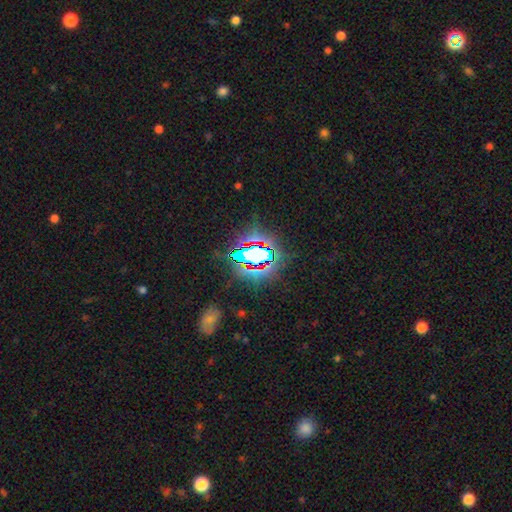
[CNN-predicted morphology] Overall: star or artifact (72%).